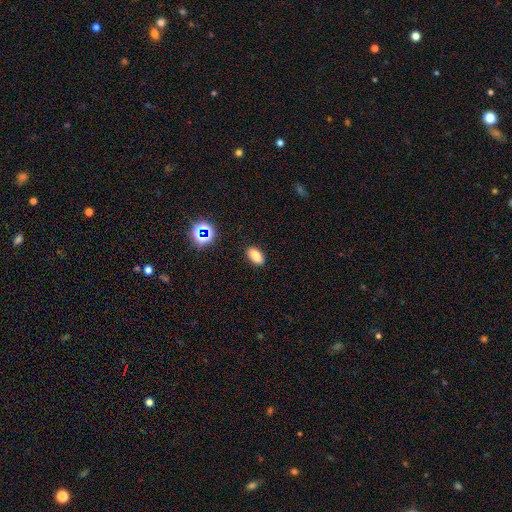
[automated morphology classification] smooth 81%, star or artifact 14%, featured or disk 5%. Down the decision tree: how rounded — in between (90%); merging — none (87%).